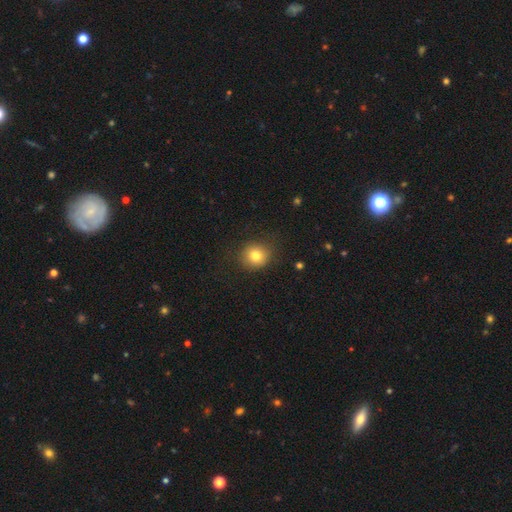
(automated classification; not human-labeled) Overall: smooth (79%). How rounded: round (88%). Merging: none (85%).